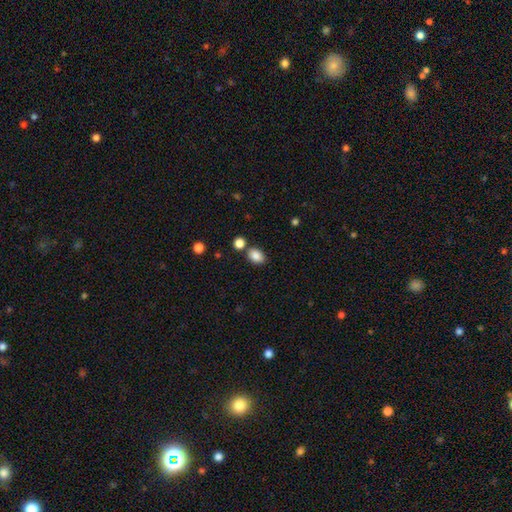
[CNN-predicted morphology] Overall: smooth (86%). How rounded: in between (73%). Merging: none (75%).